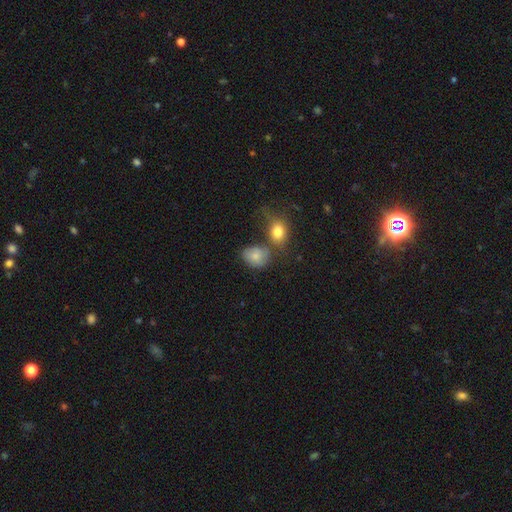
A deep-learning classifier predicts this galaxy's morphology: This is likely a smooth galaxy (77%). How rounded: possibly in between (59%). Merging: possibly none (46%).